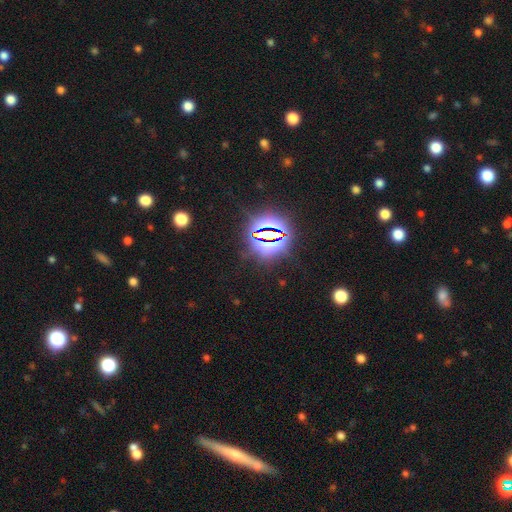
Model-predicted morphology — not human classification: smooth_or_featured: star or artifact (p=0.80) [alt: smooth p=0.12]